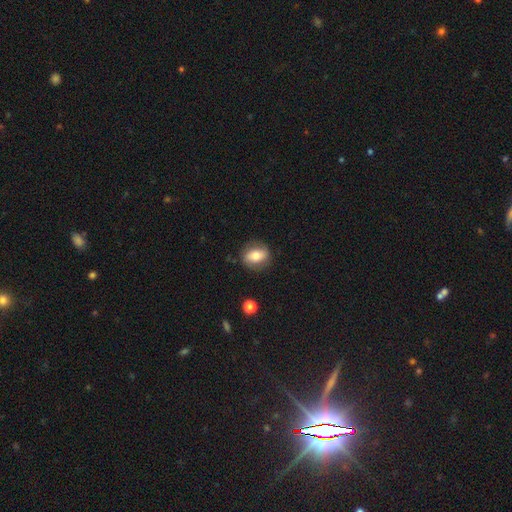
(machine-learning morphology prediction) A smooth galaxy with no disk features (60%) that is in between round and cigar-shaped (55%). Merging: none (82%).